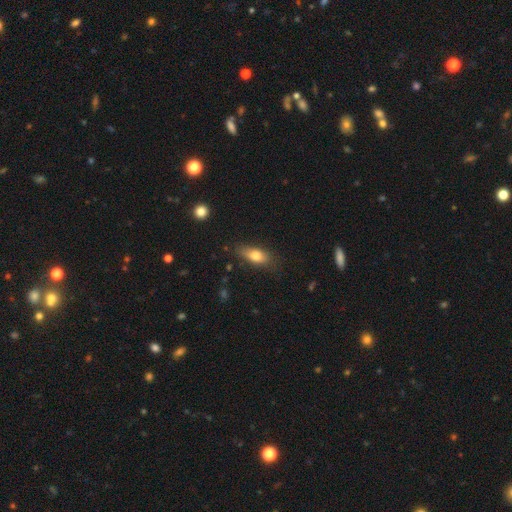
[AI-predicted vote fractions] smooth_or_featured: smooth (p=0.75) [alt: featured or disk p=0.17]
how_rounded: in between (p=0.75) [alt: cigar-shaped p=0.20]
merging: none (p=0.74) [alt: minor disturbance p=0.20]